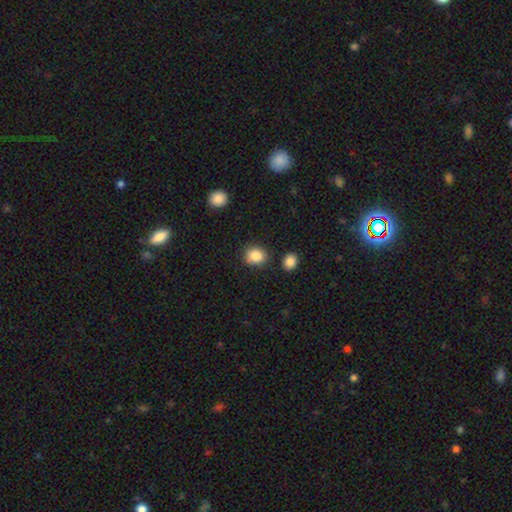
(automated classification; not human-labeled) smooth-or-featured: smooth: 86% | star or artifact: 9% | featured or disk: 5%
  how-rounded: round: 65% | in between: 34% | cigar-shaped: 1%
  merging: none: 82% | minor disturbance: 11% | merger: 4% | major disturbance: 3%